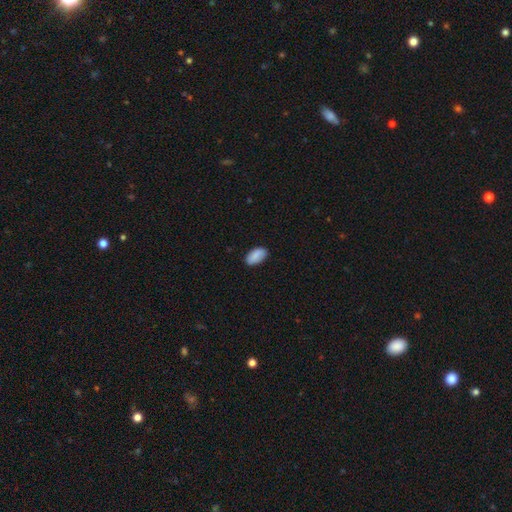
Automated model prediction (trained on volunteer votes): Smooth or featured: smooth — 86% (featured or disk — 8%)
How rounded: in between — 94% (round — 4%)
Merging: none — 85% (minor disturbance — 11%)